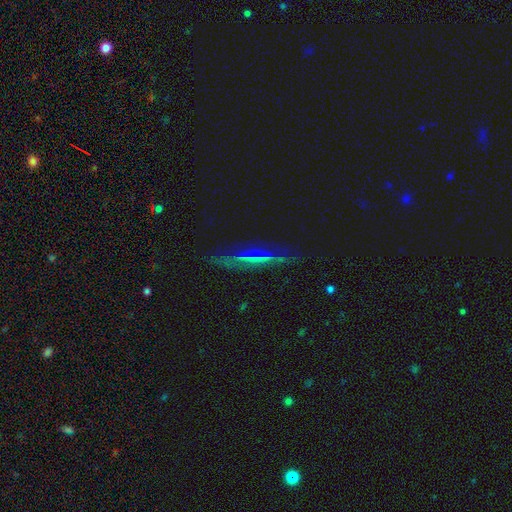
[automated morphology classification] The model was most divided on "edge-on bulge": rounded: 45%, none: 44%, boxy: 12%. More confident: edge-on disk — yes (87%); merging — none (81%); smooth or featured — featured or disk (63%).